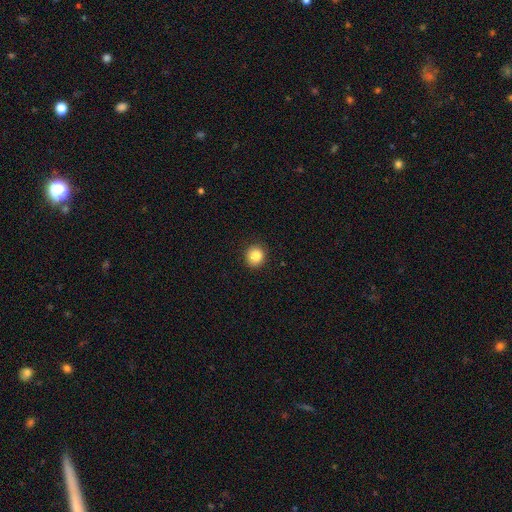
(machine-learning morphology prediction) This is clearly a smooth galaxy (85%). How rounded: clearly round (87%). Merging: clearly none (89%).